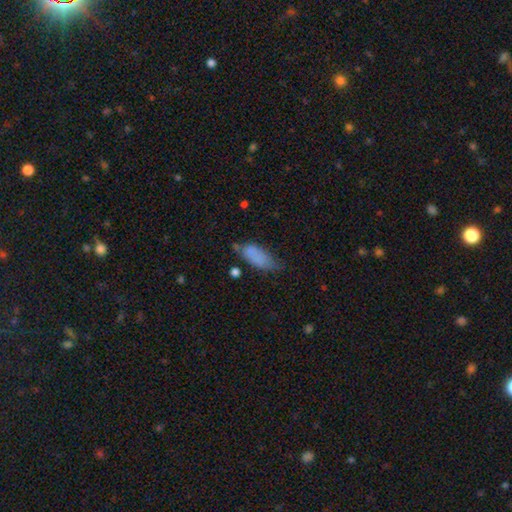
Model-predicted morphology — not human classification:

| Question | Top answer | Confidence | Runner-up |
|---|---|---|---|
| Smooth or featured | smooth | 80% | featured or disk (12%) |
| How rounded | in between | 80% | cigar-shaped (18%) |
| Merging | none | 43% | minor disturbance (37%) |